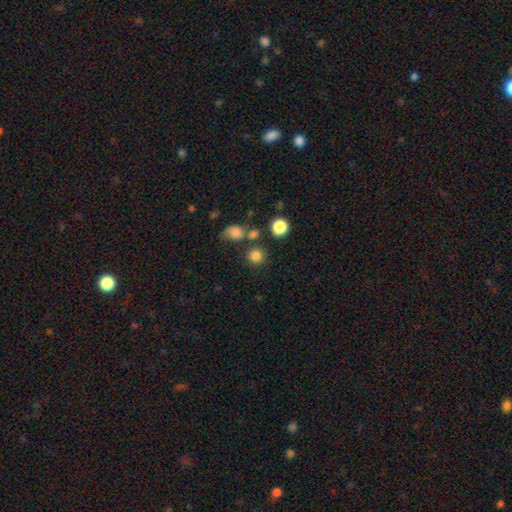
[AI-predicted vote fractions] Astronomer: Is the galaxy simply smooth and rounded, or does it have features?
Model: smooth — 81%.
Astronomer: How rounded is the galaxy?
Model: round — 90%.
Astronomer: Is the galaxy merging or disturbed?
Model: none — 74%.